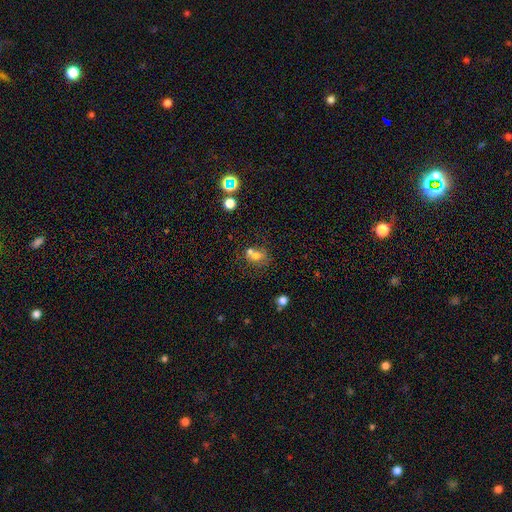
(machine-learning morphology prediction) smooth-or-featured: smooth: 63% | featured or disk: 19% | star or artifact: 18%
  how-rounded: round: 63% | in between: 36% | cigar-shaped: 1%
  merging: merger: 47% | none: 37% | minor disturbance: 11% | major disturbance: 5%